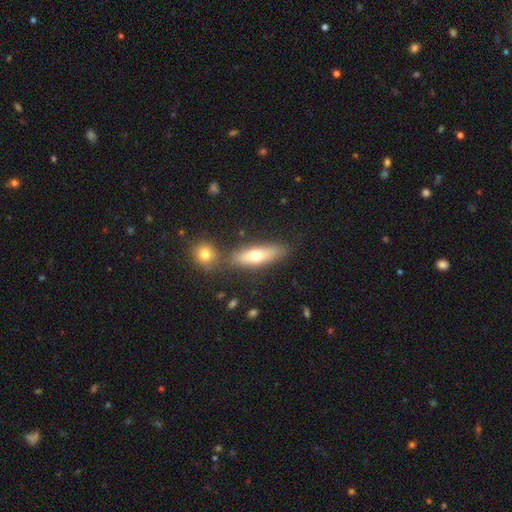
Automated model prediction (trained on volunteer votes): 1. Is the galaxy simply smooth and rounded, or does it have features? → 62% smooth, 31% featured or disk, 7% star or artifact.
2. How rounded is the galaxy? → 50% cigar-shaped, 47% in between, 3% round.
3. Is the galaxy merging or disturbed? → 71% none, 13% merger, 12% minor disturbance, 4% major disturbance.